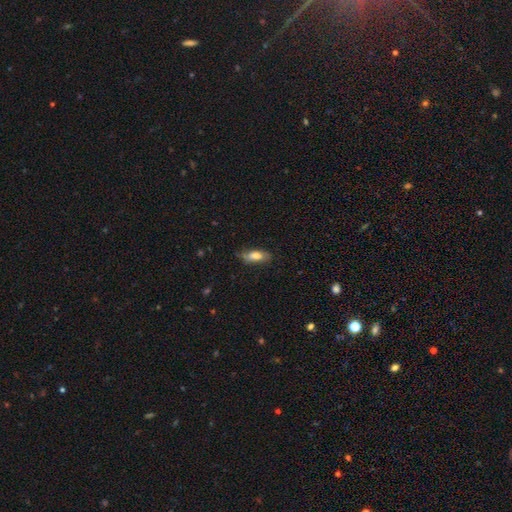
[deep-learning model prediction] Morphology: type=smooth (72%); roundness=in between (74%); merging=none (69%).